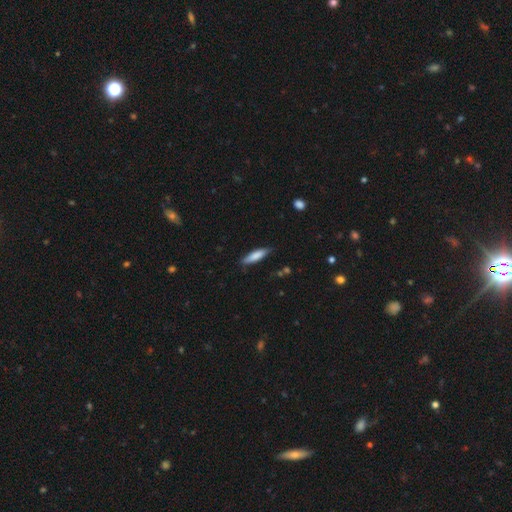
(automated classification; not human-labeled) Smooth or featured? Predicted: smooth (p=0.79). How rounded? Predicted: cigar-shaped (p=0.73). Merging? Predicted: none (p=0.84).